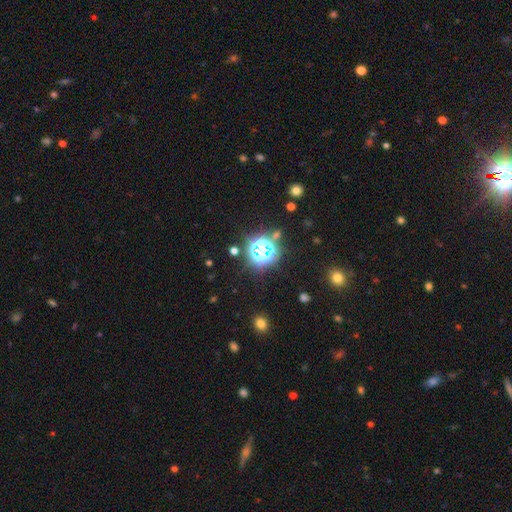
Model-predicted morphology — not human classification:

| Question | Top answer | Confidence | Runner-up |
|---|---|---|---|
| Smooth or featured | star or artifact | 78% | smooth (15%) |